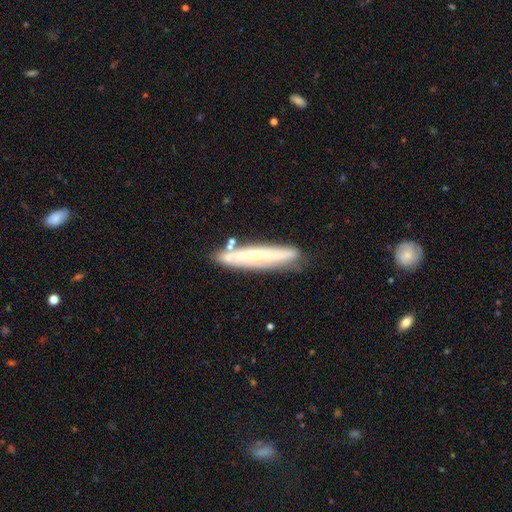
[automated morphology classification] smooth_or_featured: featured or disk (p=0.62) [alt: smooth p=0.31]
disk_edge_on: yes (p=0.73) [alt: no p=0.27]
merging: none (p=0.76) [alt: minor disturbance p=0.15]